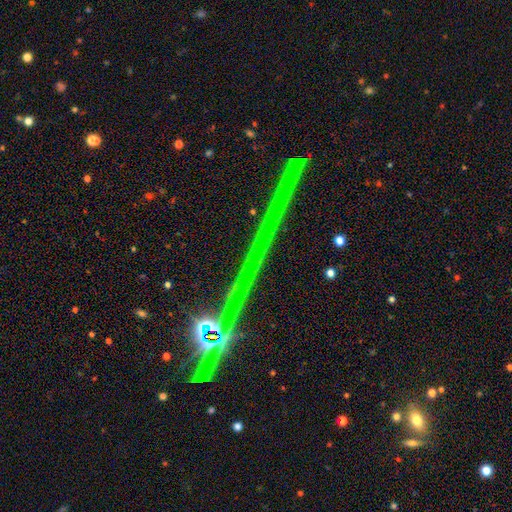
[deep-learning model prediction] Q: Smooth or featured?
A: star or artifact (71%); runner-up: featured or disk (19%)